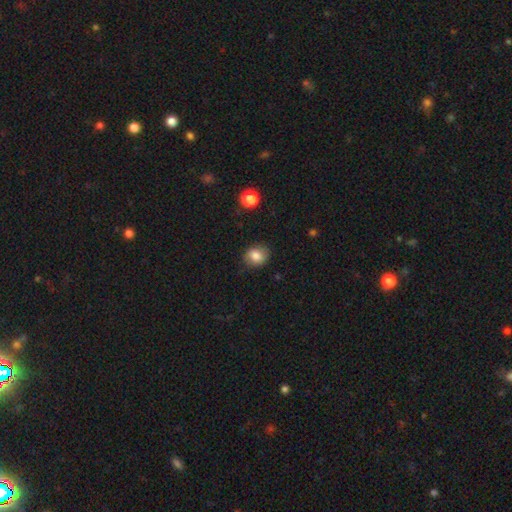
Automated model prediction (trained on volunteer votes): smooth-or-featured: smooth: 81% | star or artifact: 10% | featured or disk: 9%
  how-rounded: round: 61% | in between: 38% | cigar-shaped: 1%
  merging: none: 82% | minor disturbance: 14% | major disturbance: 3% | merger: 1%